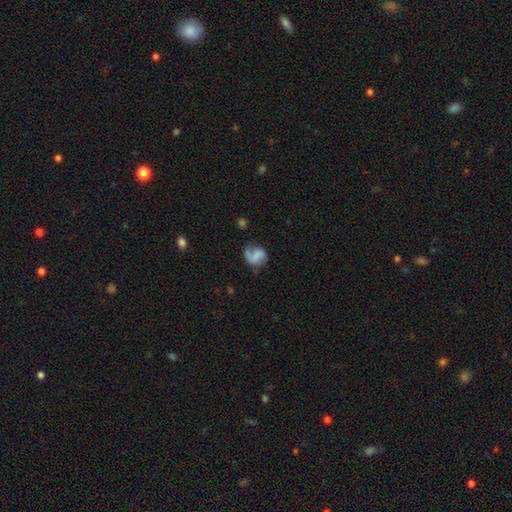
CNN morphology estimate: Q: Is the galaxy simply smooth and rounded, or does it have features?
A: featured or disk — 56%.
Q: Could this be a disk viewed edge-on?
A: no — 98%.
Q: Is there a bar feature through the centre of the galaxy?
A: no — 49%.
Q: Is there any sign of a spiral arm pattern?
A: yes — 85%.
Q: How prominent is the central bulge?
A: none — 57%.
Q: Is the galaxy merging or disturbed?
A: none — 50%.